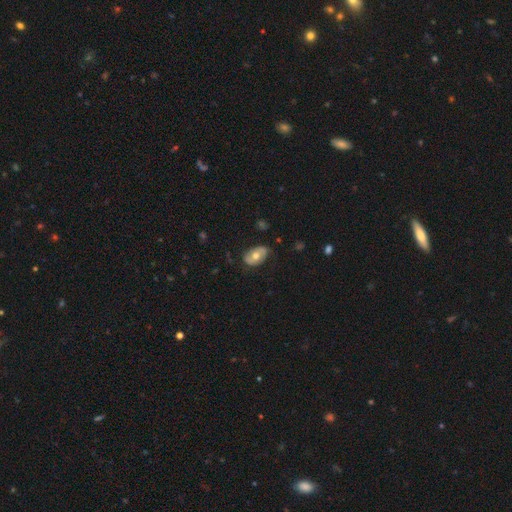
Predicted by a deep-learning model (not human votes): Smooth or featured: smooth — 48% (featured or disk — 45%)
Merging: none — 69% (minor disturbance — 24%)